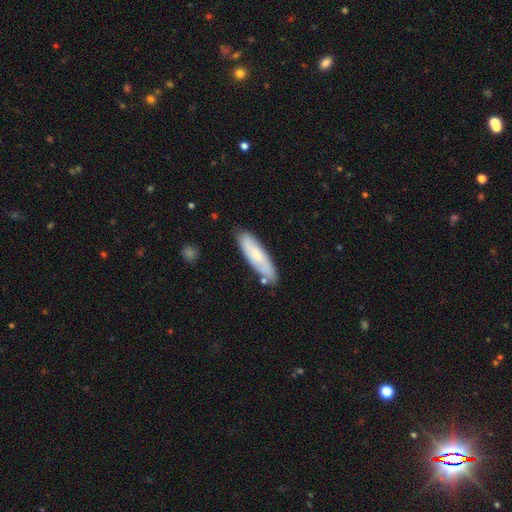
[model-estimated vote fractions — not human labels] Smooth or featured?
  - smooth: 54% *
  - featured or disk: 36%
  - star or artifact: 10%
How rounded?
  - cigar-shaped: 66% *
  - in between: 33%
  - round: 2%
Merging?
  - none: 80% *
  - minor disturbance: 14%
  - major disturbance: 3%
  - merger: 3%